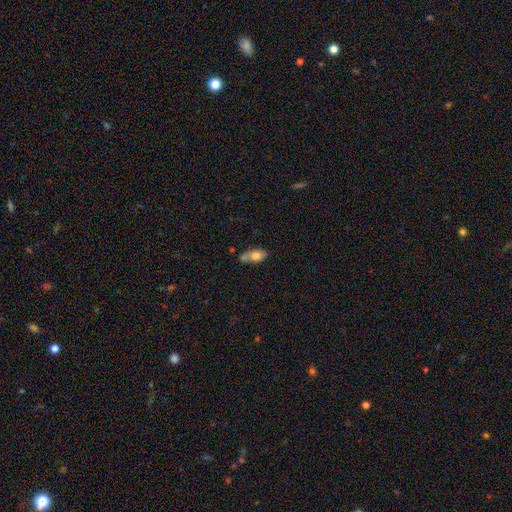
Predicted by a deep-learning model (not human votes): smooth 71%, featured or disk 21%, star or artifact 8%. Down the decision tree: how rounded — in between (87%); merging — none (49%).